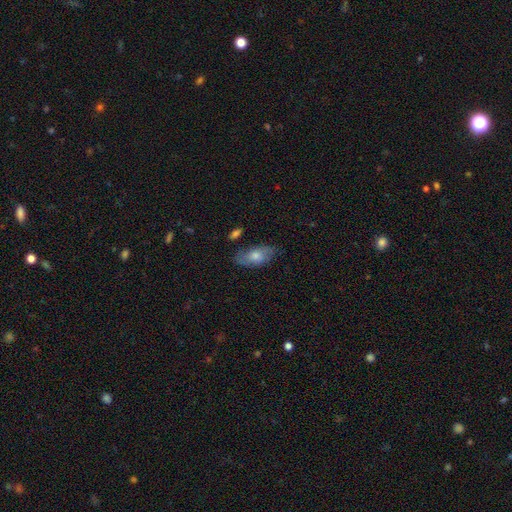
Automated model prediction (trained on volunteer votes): The model was most divided on "smooth or featured": smooth: 50%, featured or disk: 41%, star or artifact: 9%. More confident: how rounded — in between (85%); merging — none (75%).